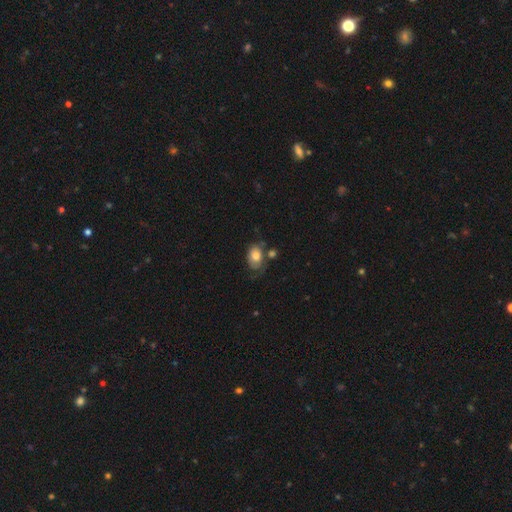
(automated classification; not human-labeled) This appears to be a smooth galaxy with no disk features (69%) that is in between round and cigar-shaped (80%). Merging: none (43%).